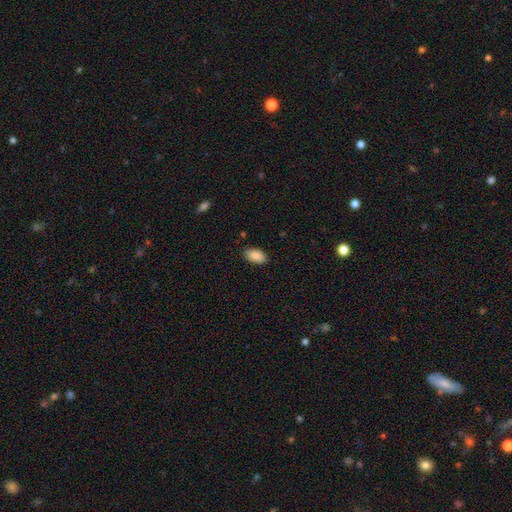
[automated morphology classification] Q: Smooth or featured?
A: smooth (90%); runner-up: star or artifact (7%)
Q: How rounded?
A: in between (95%); runner-up: round (4%)
Q: Merging?
A: none (85%); runner-up: minor disturbance (11%)